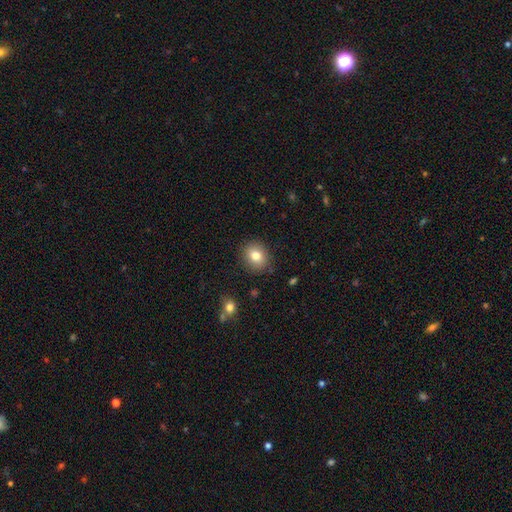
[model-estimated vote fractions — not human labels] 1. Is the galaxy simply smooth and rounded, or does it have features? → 81% smooth, 10% star or artifact, 9% featured or disk.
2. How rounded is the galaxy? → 65% round, 34% in between, 1% cigar-shaped.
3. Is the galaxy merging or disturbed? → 87% none, 9% minor disturbance, 3% major disturbance, 1% merger.